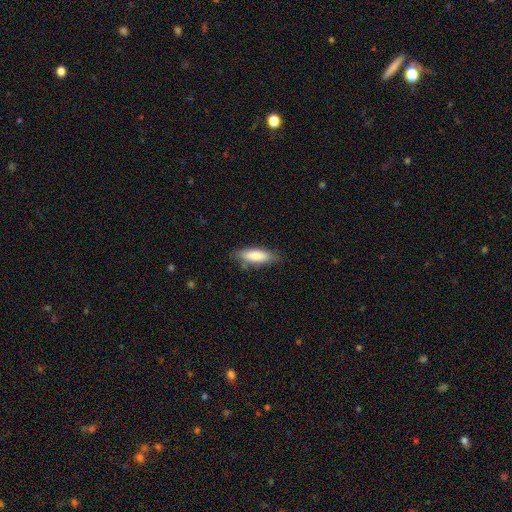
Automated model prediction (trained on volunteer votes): Smooth or featured?
  - smooth: 83% *
  - featured or disk: 11%
  - star or artifact: 6%
How rounded?
  - in between: 58% *
  - cigar-shaped: 41%
  - round: 2%
Merging?
  - none: 78% *
  - minor disturbance: 16%
  - major disturbance: 3%
  - merger: 2%